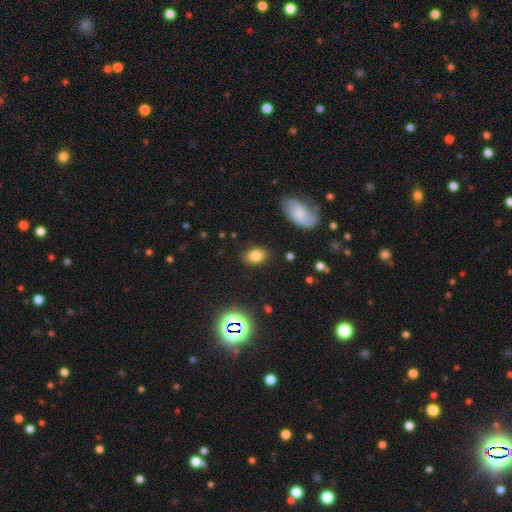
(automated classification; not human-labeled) This is likely a smooth galaxy (80%). How rounded: clearly in between (81%). Merging: clearly none (85%).